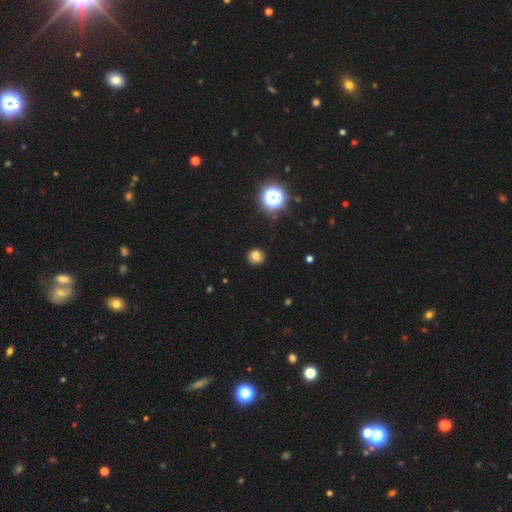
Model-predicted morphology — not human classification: Smooth or featured?
  - smooth: 77% *
  - star or artifact: 16%
  - featured or disk: 8%
How rounded?
  - round: 86% *
  - in between: 13%
  - cigar-shaped: 1%
Merging?
  - none: 88% *
  - minor disturbance: 8%
  - major disturbance: 2%
  - merger: 1%